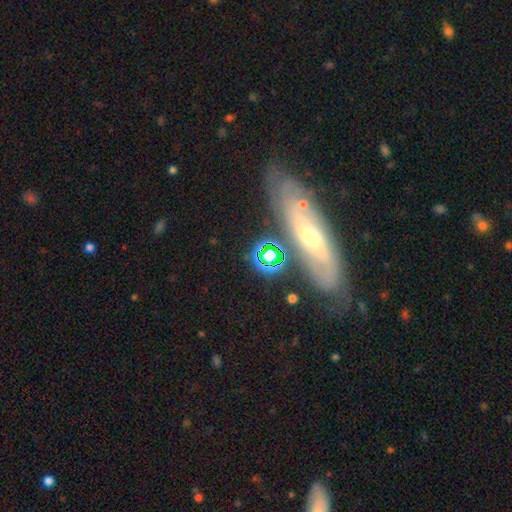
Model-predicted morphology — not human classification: smooth-or-featured: featured or disk: 65% | smooth: 23% | star or artifact: 12%
  disk-edge-on: no: 68% | yes: 32%
  merging: none: 74% | minor disturbance: 14% | merger: 7% | major disturbance: 5%